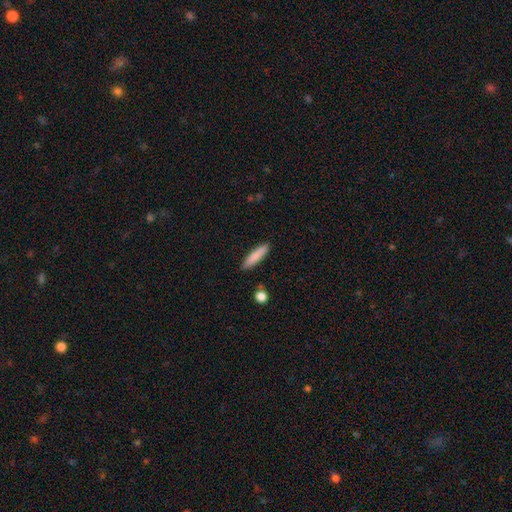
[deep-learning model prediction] This appears to be a smooth galaxy with no disk features (84%) that is cigar-shaped (78%). Merging: none (87%).